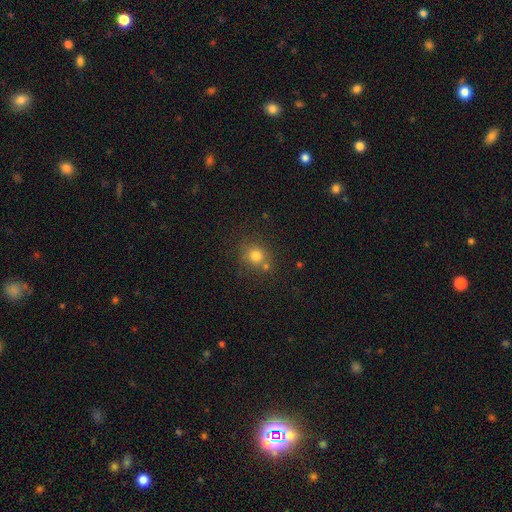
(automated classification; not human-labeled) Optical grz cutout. It shows a smooth galaxy with no disk features (77%) that is round (83%). Merging: none (66%).